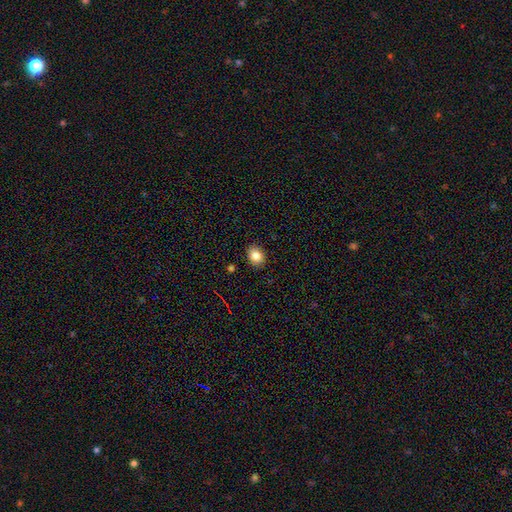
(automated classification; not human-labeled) A smooth galaxy with no disk features (84%) that is round (51%).

Vote fractions:
- Smooth or featured? smooth: 84% / star or artifact: 10% / featured or disk: 6%
- How rounded? round: 51% / in between: 48% / cigar-shaped: 1%
- Merging? none: 88% / minor disturbance: 8% / major disturbance: 2% / merger: 1%